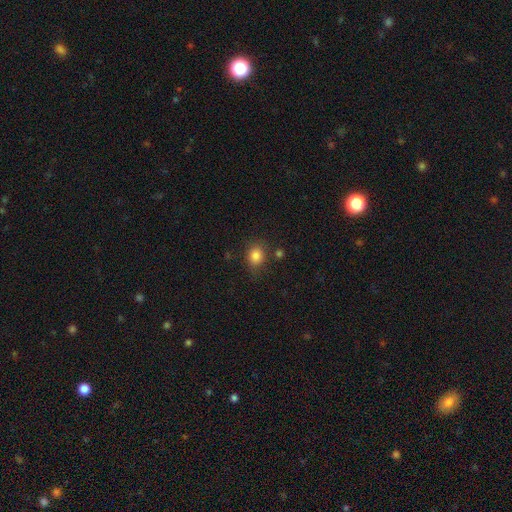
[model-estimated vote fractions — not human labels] A smooth galaxy with no disk features (83%) that is round (59%).

Vote fractions:
- Smooth or featured? smooth: 83% / star or artifact: 11% / featured or disk: 5%
- How rounded? round: 59% / in between: 40% / cigar-shaped: 1%
- Merging? none: 77% / minor disturbance: 14% / merger: 5% / major disturbance: 4%